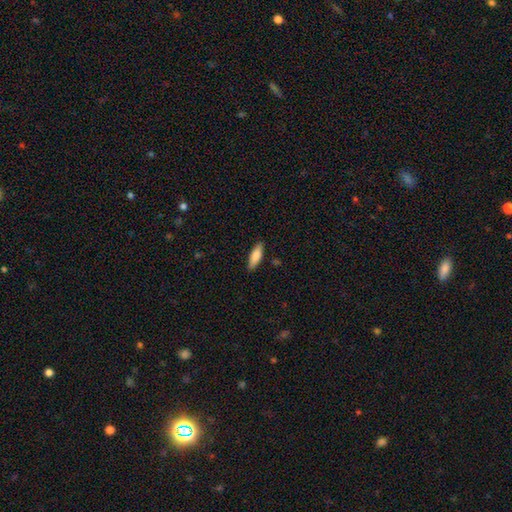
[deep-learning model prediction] Smooth or featured: smooth — 83% (featured or disk — 12%)
How rounded: in between — 50% (cigar-shaped — 48%)
Merging: none — 86% (minor disturbance — 10%)